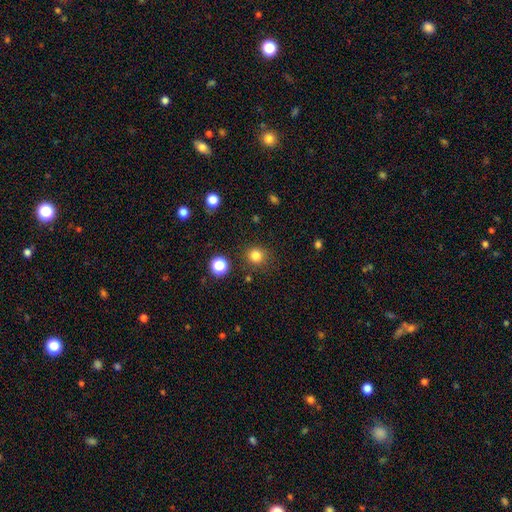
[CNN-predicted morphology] Smooth or featured? Predicted: smooth (p=0.82). How rounded? Predicted: round (p=0.88). Merging? Predicted: none (p=0.86).